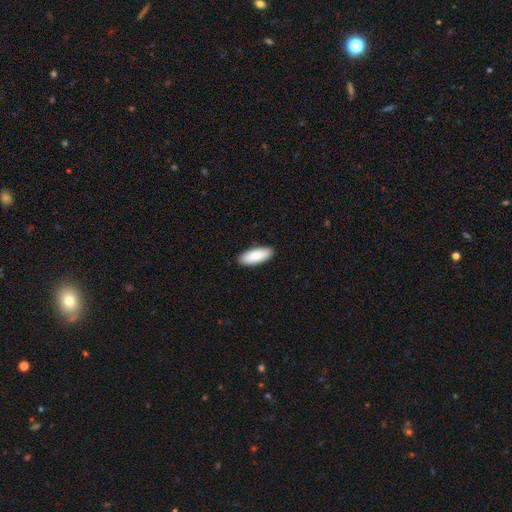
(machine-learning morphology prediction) This is clearly a smooth galaxy (90%). How rounded: likely in between (76%). Merging: clearly none (90%).